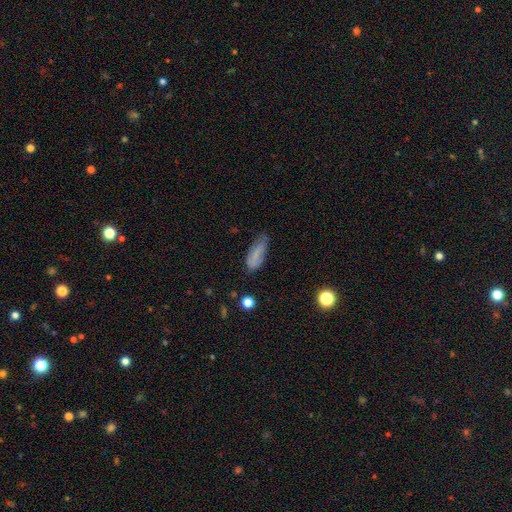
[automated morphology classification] A smooth galaxy with no disk features (65%) that is in between round and cigar-shaped (75%).

Vote fractions:
- Smooth or featured? smooth: 65% / featured or disk: 26% / star or artifact: 10%
- How rounded? in between: 75% / cigar-shaped: 22% / round: 3%
- Merging? none: 55% / minor disturbance: 31% / major disturbance: 11% / merger: 3%